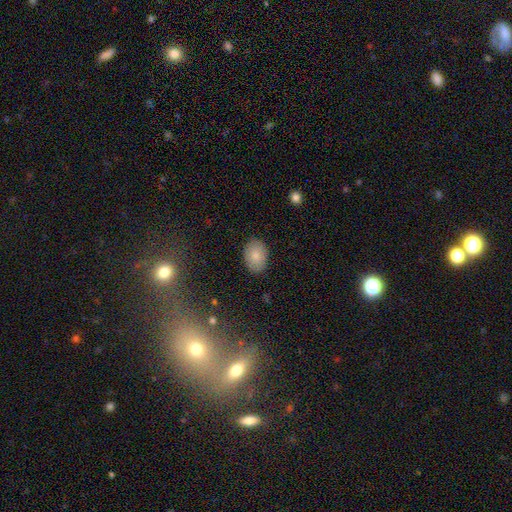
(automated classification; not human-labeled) smooth 84%, featured or disk 9%, star or artifact 7%. Down the decision tree: how rounded — in between (81%); merging — none (87%).